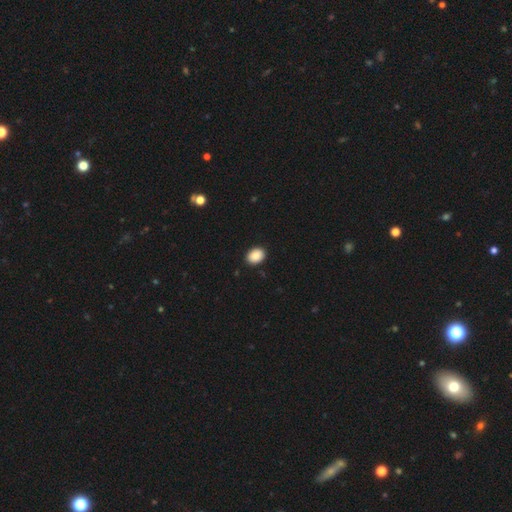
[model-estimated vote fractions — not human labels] Overall: smooth (89%). How rounded: in between (67%; round 32%). Merging: none (90%).